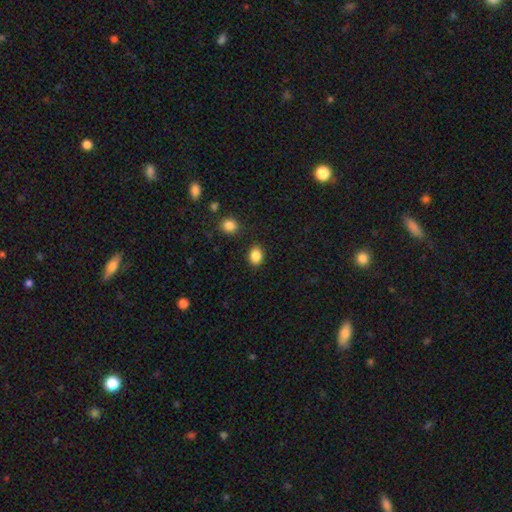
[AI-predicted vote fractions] Smooth or featured? Predicted: smooth (p=0.87). How rounded? Predicted: in between (p=0.59). Merging? Predicted: none (p=0.87).